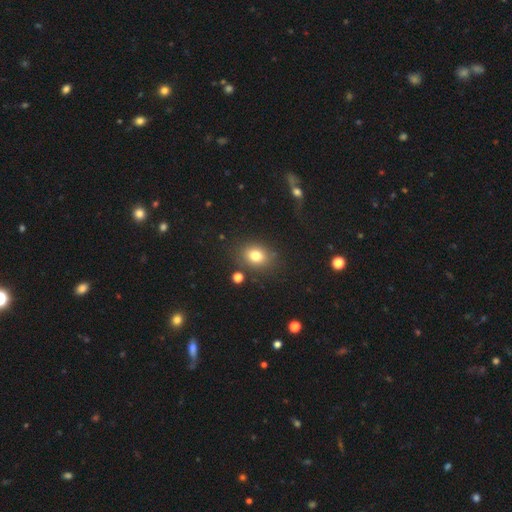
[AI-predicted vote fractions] Q: Smooth or featured?
A: smooth (78%); runner-up: star or artifact (13%)
Q: How rounded?
A: in between (50%); runner-up: round (49%)
Q: Merging?
A: none (81%); runner-up: minor disturbance (11%)